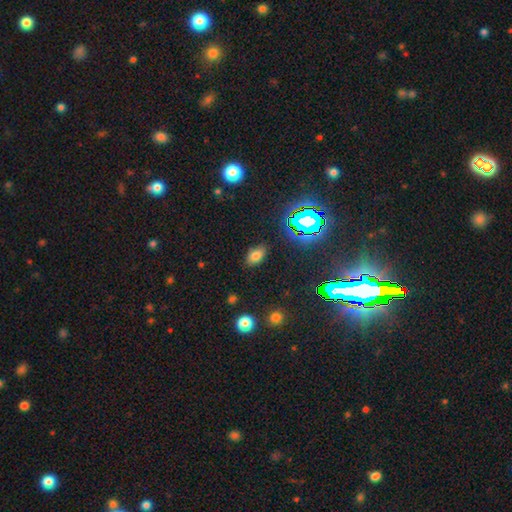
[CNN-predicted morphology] This is likely a smooth galaxy (69%). How rounded: clearly in between (88%). Merging: clearly none (84%).